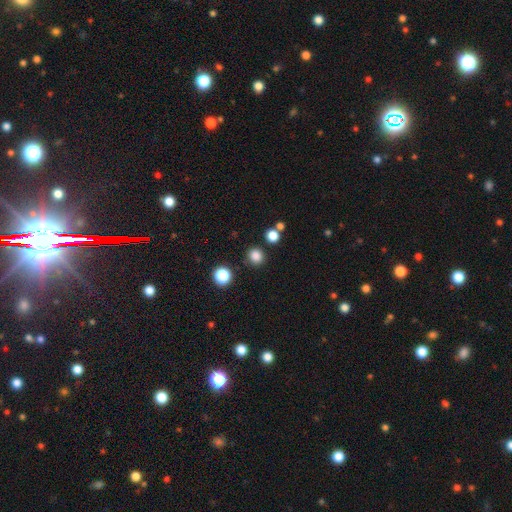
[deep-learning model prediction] A smooth galaxy with no disk features (82%) that is round (88%).

Vote fractions:
- Smooth or featured? smooth: 82% / star or artifact: 14% / featured or disk: 4%
- How rounded? round: 88% / in between: 11% / cigar-shaped: 1%
- Merging? none: 85% / minor disturbance: 7% / merger: 5% / major disturbance: 3%